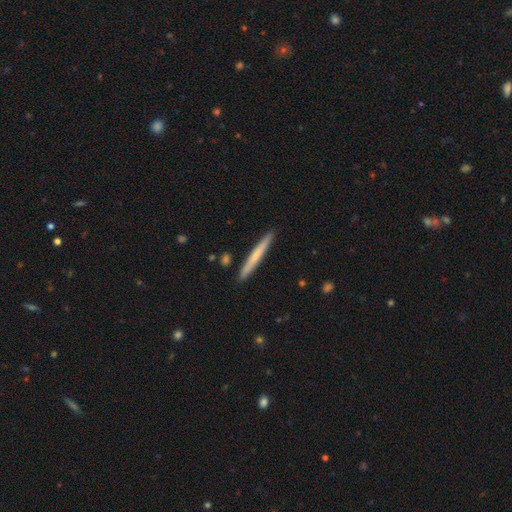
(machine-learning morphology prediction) The model was most divided on "smooth or featured": smooth: 58%, featured or disk: 37%, star or artifact: 5%. More confident: how rounded — cigar-shaped (97%); merging — none (91%).